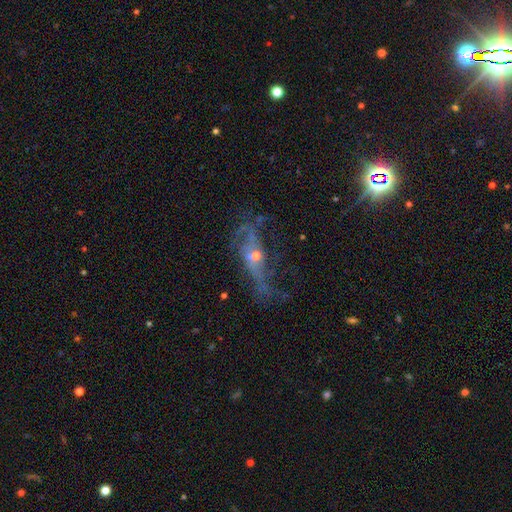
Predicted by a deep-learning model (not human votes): featured or disk 71%, star or artifact 16%, smooth 13%. Down the decision tree: edge-on disk — no (75%); bar — no (70%); spiral arms — yes (69%); bulge size — small (53%); merging — none (45%).